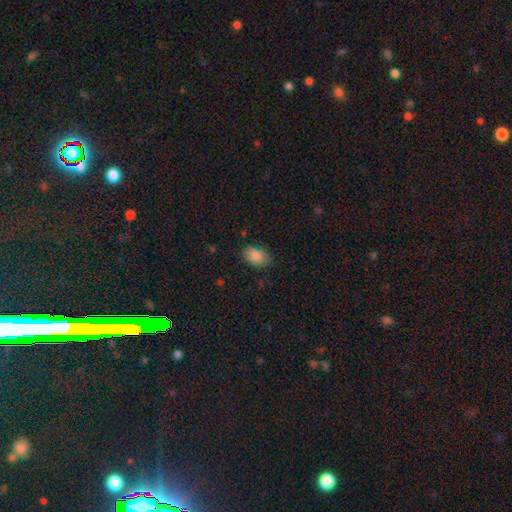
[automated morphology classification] Smooth or featured? smooth (87%)
How rounded? in between (86%)
Merging? none (80%)